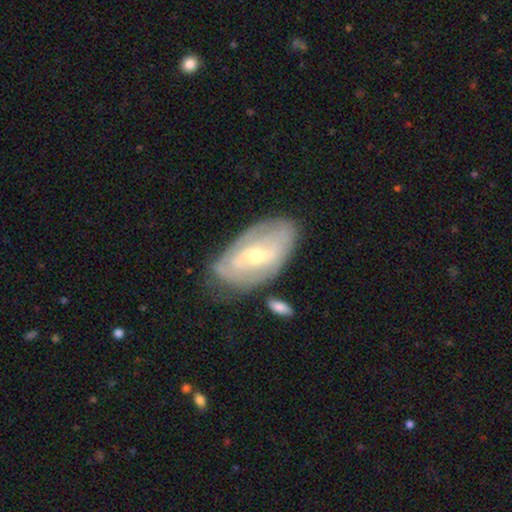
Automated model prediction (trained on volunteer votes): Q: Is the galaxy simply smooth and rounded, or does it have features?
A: featured or disk — 73%.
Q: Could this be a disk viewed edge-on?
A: no — 93%.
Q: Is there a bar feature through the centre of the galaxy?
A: weak — 45%.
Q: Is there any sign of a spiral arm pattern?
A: yes — 76%.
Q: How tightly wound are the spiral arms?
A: tight — 54%.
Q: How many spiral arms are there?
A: can't tell — 43%.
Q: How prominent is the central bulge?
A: small — 57%.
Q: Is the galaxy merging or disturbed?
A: none — 61%.